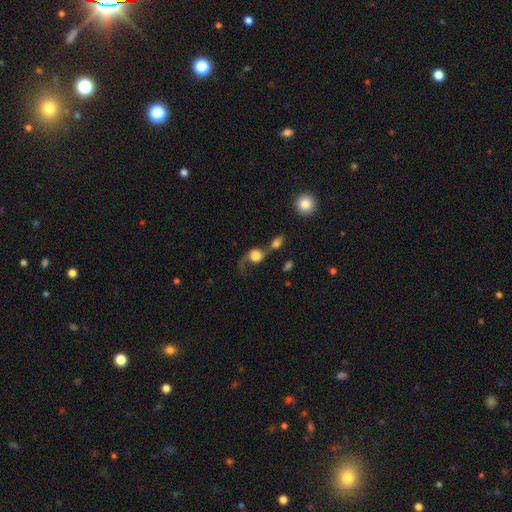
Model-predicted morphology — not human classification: A smooth galaxy with no disk features (57%) that is round (69%). Merging: merger (35%).